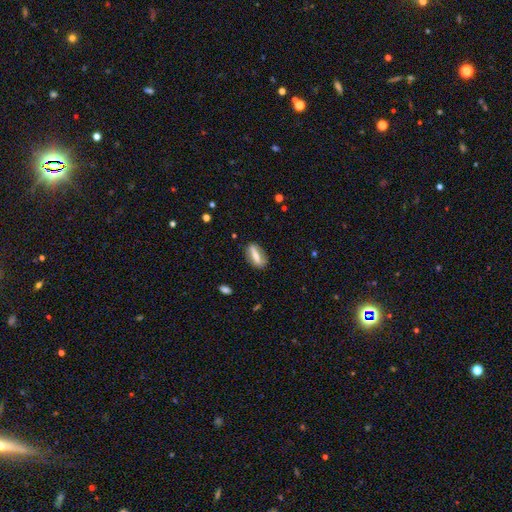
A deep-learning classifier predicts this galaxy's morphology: Smooth or featured: smooth — 56% (featured or disk — 37%)
How rounded: in between — 58% (cigar-shaped — 37%)
Merging: none — 81% (minor disturbance — 13%)